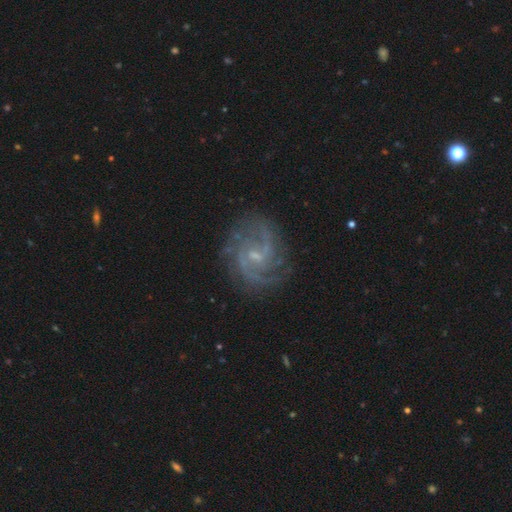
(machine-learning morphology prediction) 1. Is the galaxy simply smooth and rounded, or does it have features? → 88% featured or disk, 7% star or artifact, 5% smooth.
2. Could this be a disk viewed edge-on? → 98% no, 2% yes.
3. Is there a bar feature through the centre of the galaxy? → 56% weak, 35% no, 10% strong.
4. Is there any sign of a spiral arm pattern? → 97% yes, 3% no.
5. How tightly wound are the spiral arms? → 52% medium, 28% tight, 20% loose.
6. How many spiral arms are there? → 54% 2, 16% 3, 15% can't tell, 6% 4, 5% 1, 5% more than 4.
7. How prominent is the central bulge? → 68% small, 22% moderate, 8% none, 1% large, 1% dominant.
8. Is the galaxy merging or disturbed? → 77% none, 15% minor disturbance, 7% major disturbance, 1% merger.